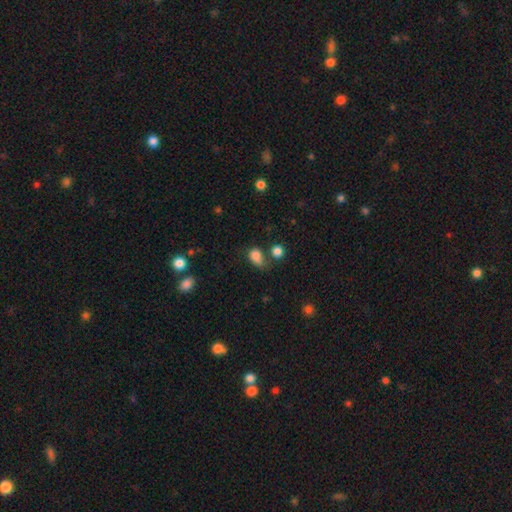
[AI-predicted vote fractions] Smooth or featured? smooth (80%)
How rounded? in between (64%)
Merging? none (39%)